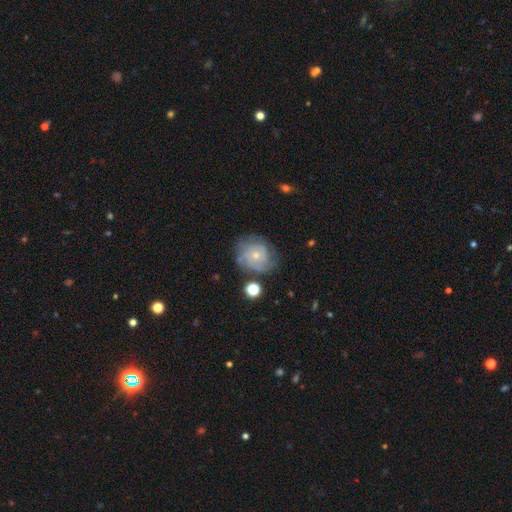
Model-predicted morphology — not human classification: type=featured or disk (54%); edge-on=no (97%); bar=no (83%); spiral arms=yes (74%); bulge=small (68%); merging=none (62%).